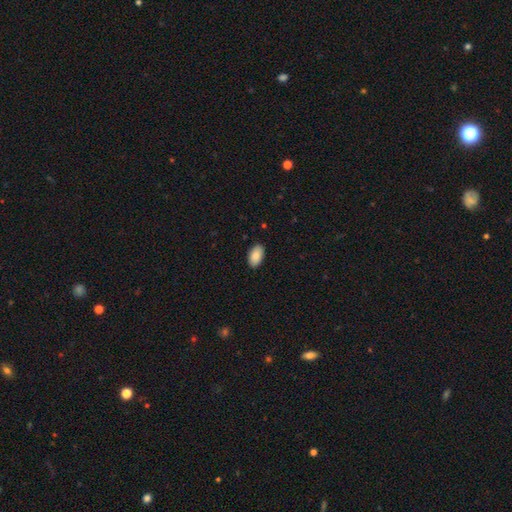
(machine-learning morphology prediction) This is clearly a smooth galaxy (87%). How rounded: clearly in between (95%). Merging: clearly none (89%).